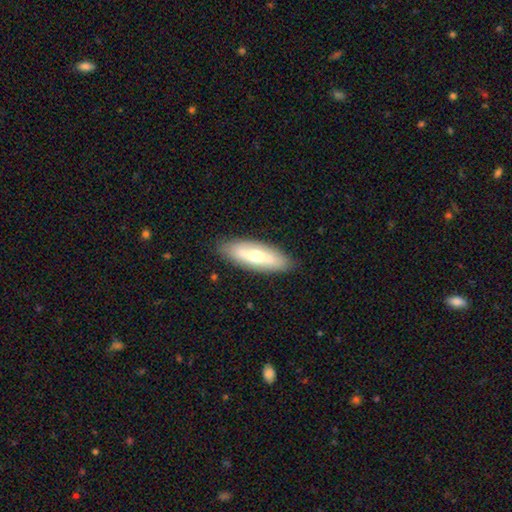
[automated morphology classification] A smooth galaxy with no disk features (49%).

Vote fractions:
- Smooth or featured? smooth: 49% / featured or disk: 46% / star or artifact: 5%
- Merging? none: 86% / minor disturbance: 10% / major disturbance: 2% / merger: 1%